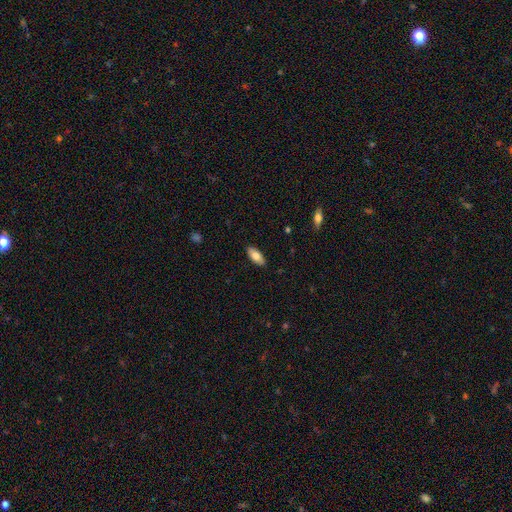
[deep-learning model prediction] smooth_or_featured: smooth (p=0.80) [alt: featured or disk p=0.14]
how_rounded: in between (p=0.85) [alt: cigar-shaped p=0.13]
merging: none (p=0.89) [alt: minor disturbance p=0.09]